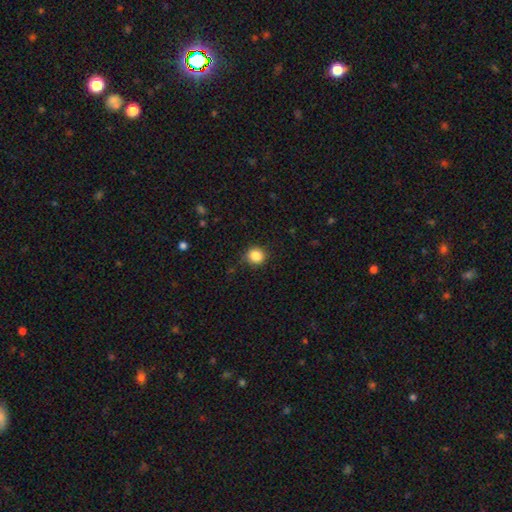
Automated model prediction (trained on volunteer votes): Smooth or featured: smooth — 85% (star or artifact — 11%)
How rounded: round — 86% (in between — 14%)
Merging: none — 83% (minor disturbance — 13%)